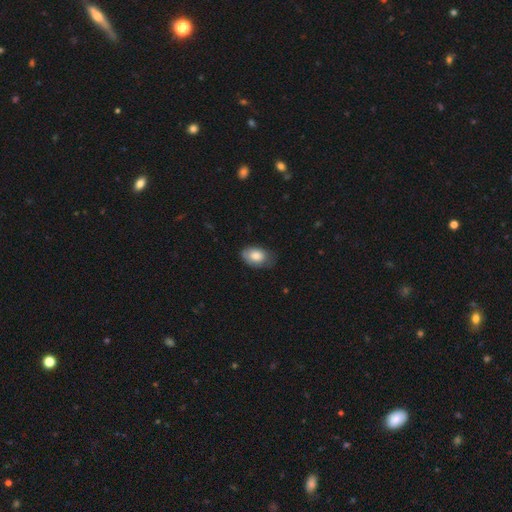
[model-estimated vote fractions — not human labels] This appears to be a smooth galaxy with no disk features (79%) that is in between round and cigar-shaped (87%). Merging: none (62%).